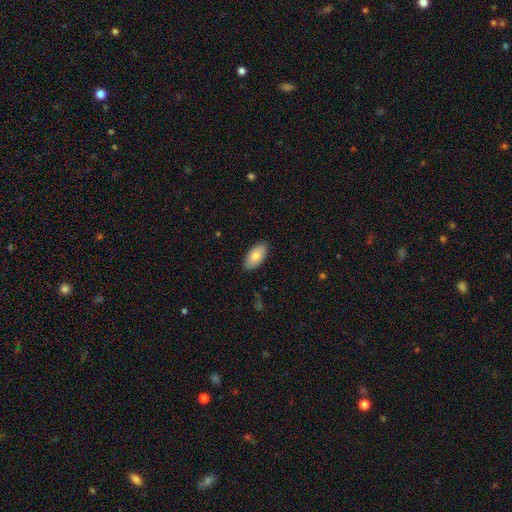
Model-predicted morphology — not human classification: The model was most divided on "smooth or featured": smooth: 79%, featured or disk: 15%, star or artifact: 6%. More confident: how rounded — in between (94%); merging — none (88%).